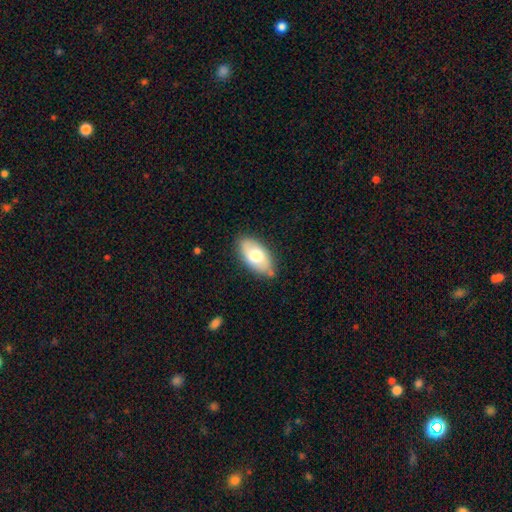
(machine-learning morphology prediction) A smooth galaxy with no disk features (70%) that is in between round and cigar-shaped (93%). Merging: none (76%).